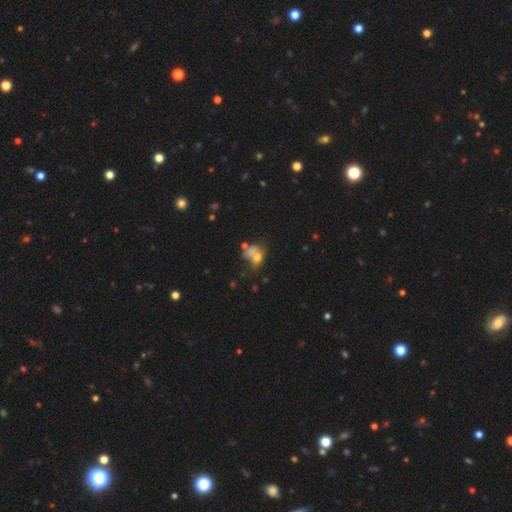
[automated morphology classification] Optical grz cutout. It shows a smooth galaxy with no disk features (61%) that is in between round and cigar-shaped (54%). Merging: merger (39%).